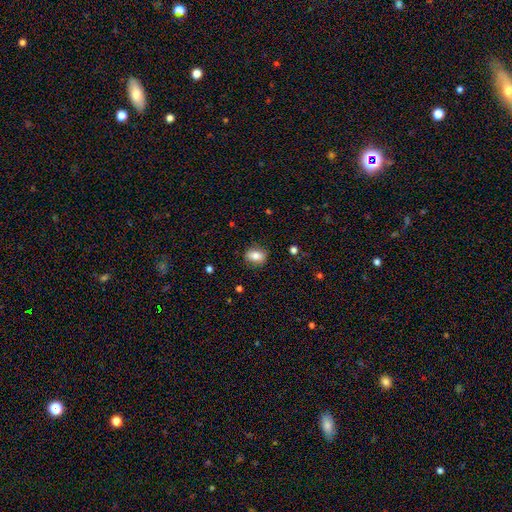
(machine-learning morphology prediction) Overall: smooth (79%). How rounded: in between (70%). Merging: none (83%).